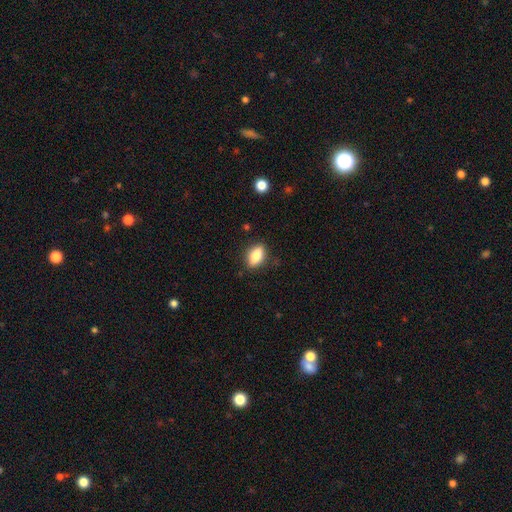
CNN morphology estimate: Smooth or featured?
  - smooth: 81% *
  - featured or disk: 11%
  - star or artifact: 8%
How rounded?
  - in between: 85% *
  - cigar-shaped: 8%
  - round: 7%
Merging?
  - none: 85% *
  - minor disturbance: 11%
  - major disturbance: 3%
  - merger: 1%